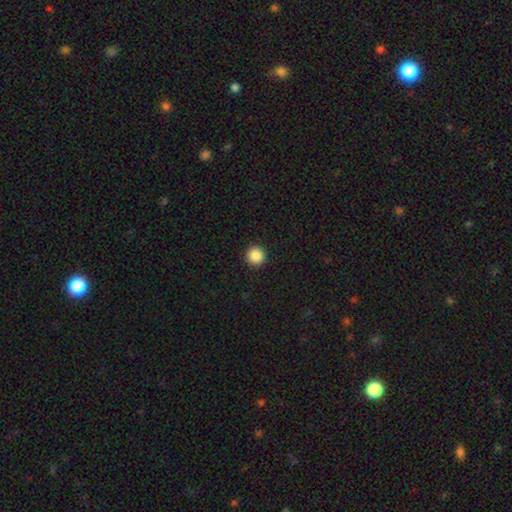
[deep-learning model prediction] Smooth or featured: smooth — 87% (star or artifact — 10%)
How rounded: round — 95% (in between — 4%)
Merging: none — 93% (minor disturbance — 4%)